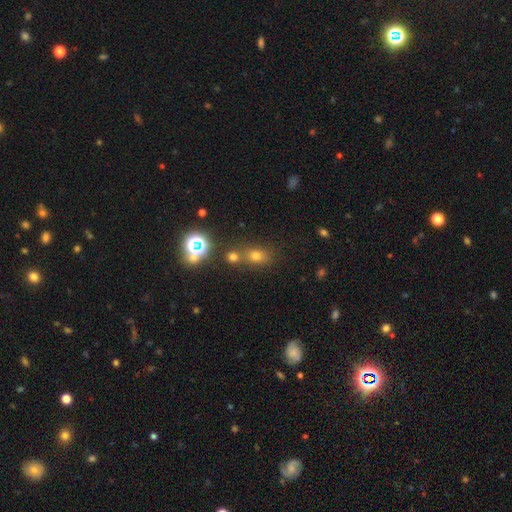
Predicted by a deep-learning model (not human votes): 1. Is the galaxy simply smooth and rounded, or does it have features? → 58% smooth, 32% star or artifact, 10% featured or disk.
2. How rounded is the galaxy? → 57% round, 41% in between, 2% cigar-shaped.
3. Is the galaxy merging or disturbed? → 63% none, 22% merger, 10% minor disturbance, 4% major disturbance.